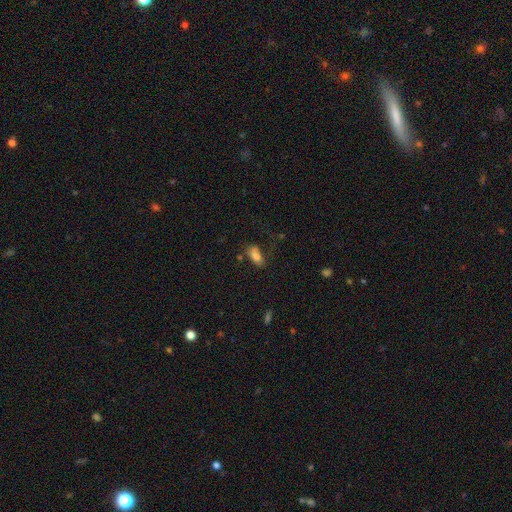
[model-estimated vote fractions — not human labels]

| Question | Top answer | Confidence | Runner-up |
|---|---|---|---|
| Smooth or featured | smooth | 79% | featured or disk (11%) |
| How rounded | in between | 86% | cigar-shaped (10%) |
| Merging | none | 54% | minor disturbance (23%) |